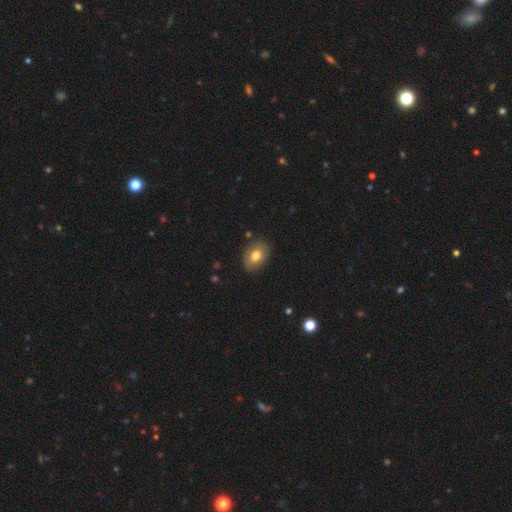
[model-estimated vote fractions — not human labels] Morphology: type=smooth (77%); roundness=in between (77%); merging=none (84%).